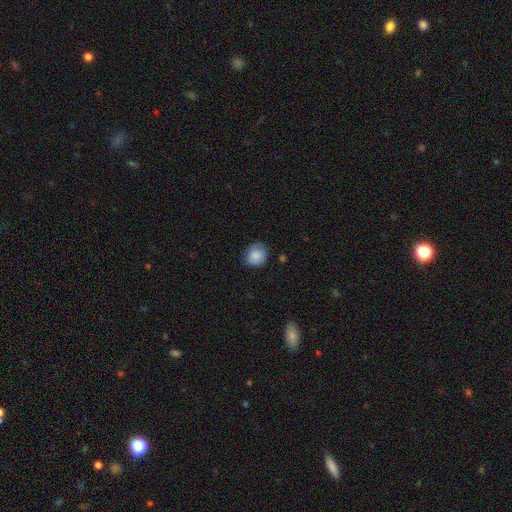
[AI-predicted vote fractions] Smooth or featured? Predicted: smooth (p=0.86). How rounded? Predicted: round (p=0.81). Merging? Predicted: none (p=0.74).